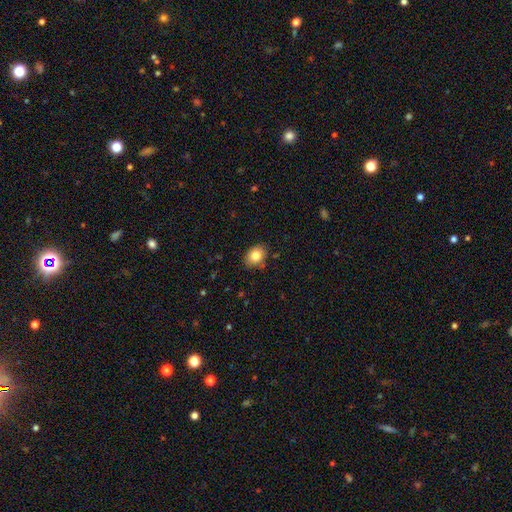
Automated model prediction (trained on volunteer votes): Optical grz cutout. It shows a smooth galaxy with no disk features (82%) that is in between round and cigar-shaped (66%). Merging: none (84%).